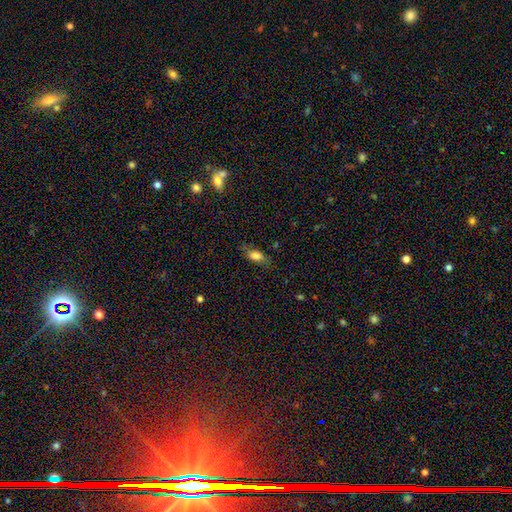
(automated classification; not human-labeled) This appears to be a smooth galaxy with no disk features (76%) that is in between round and cigar-shaped (82%). Merging: none (71%).